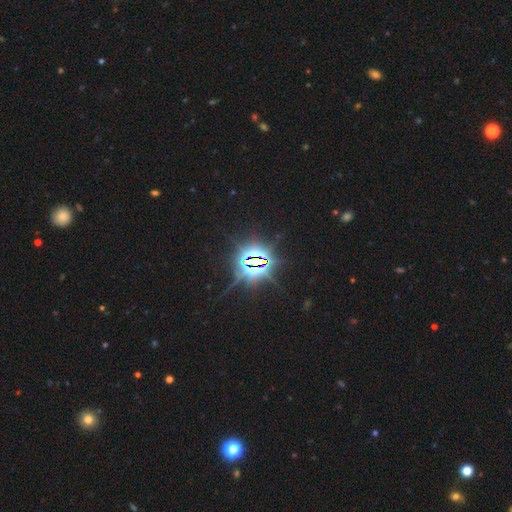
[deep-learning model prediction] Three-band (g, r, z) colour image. It shows a star or artifact, not a galaxy (86%).